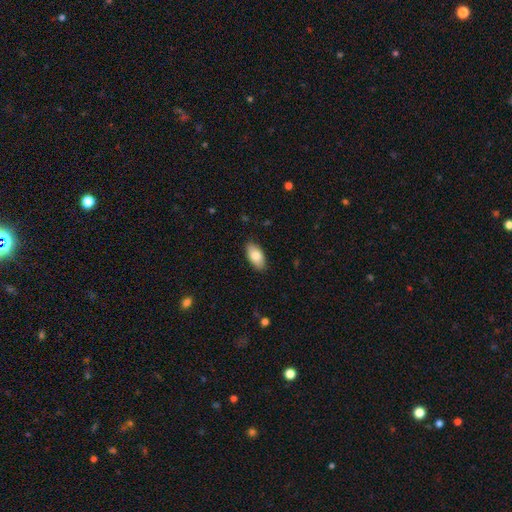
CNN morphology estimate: Smooth or featured: smooth — 82% (featured or disk — 12%)
How rounded: in between — 94% (cigar-shaped — 3%)
Merging: none — 87% (minor disturbance — 10%)